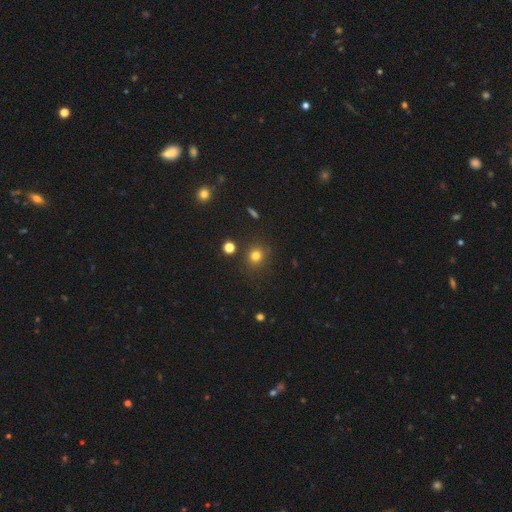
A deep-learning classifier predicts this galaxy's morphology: Overall: smooth (77%). How rounded: round (85%). Merging: none (84%).